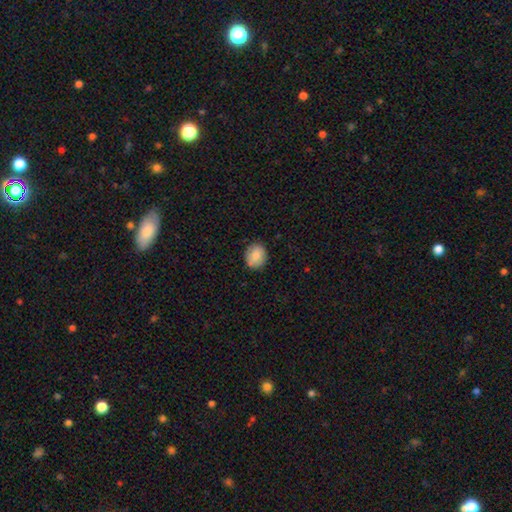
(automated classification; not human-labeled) Smooth or featured?
  - smooth: 83% *
  - featured or disk: 9%
  - star or artifact: 8%
How rounded?
  - round: 71% *
  - in between: 28%
  - cigar-shaped: 1%
Merging?
  - none: 84% *
  - minor disturbance: 12%
  - major disturbance: 2%
  - merger: 1%